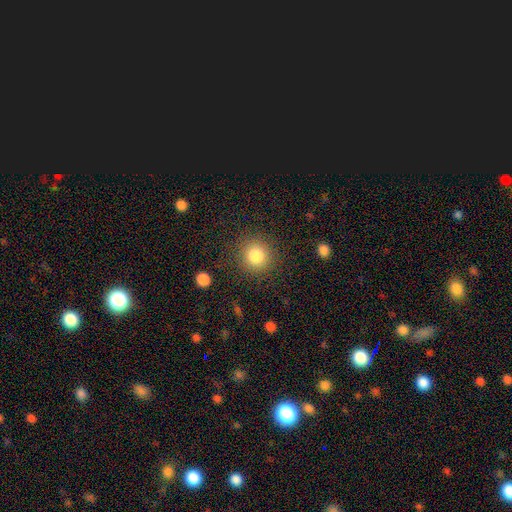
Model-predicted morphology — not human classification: This appears to be a smooth galaxy with no disk features (83%) that is round (92%). Merging: none (87%).